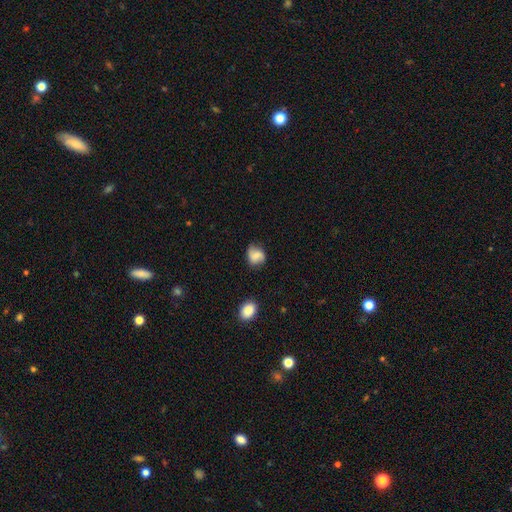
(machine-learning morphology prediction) Smooth or featured: smooth — 54% (featured or disk — 37%)
How rounded: round — 60% (in between — 38%)
Merging: none — 65% (minor disturbance — 25%)